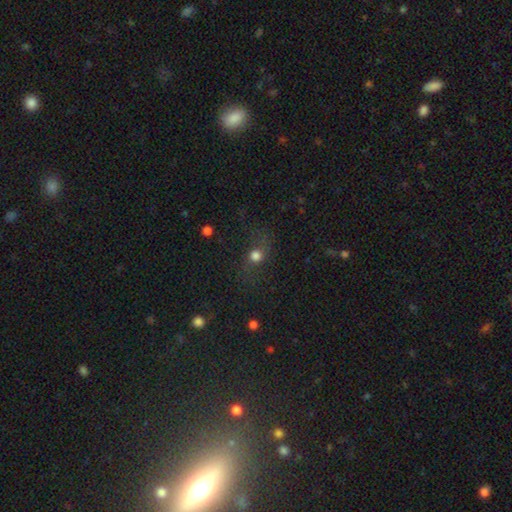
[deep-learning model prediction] Smooth or featured: smooth — 57% (featured or disk — 24%)
How rounded: round — 71% (in between — 25%)
Merging: none — 63% (major disturbance — 17%)